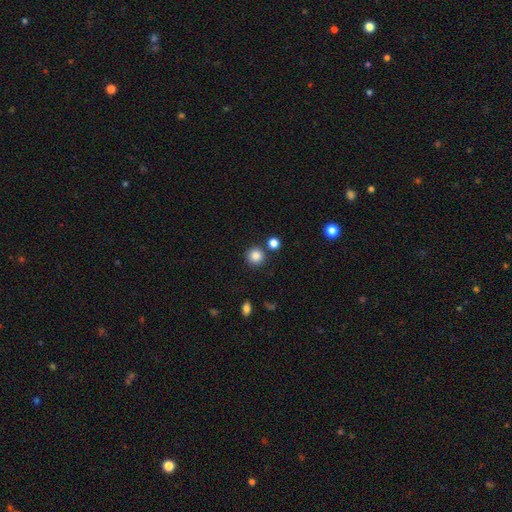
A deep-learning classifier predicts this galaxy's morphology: Smooth or featured? Predicted: smooth (p=0.85). How rounded? Predicted: round (p=0.94). Merging? Predicted: none (p=0.85).